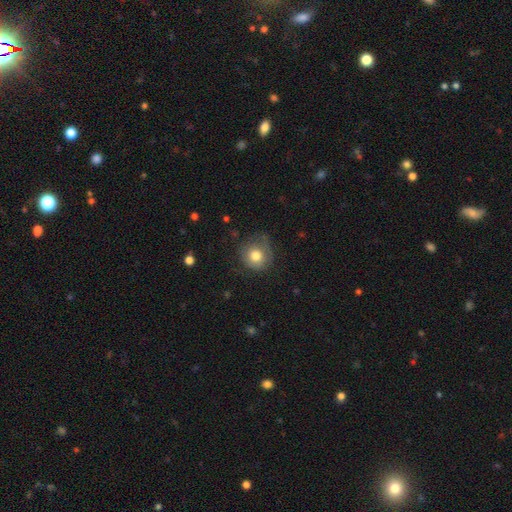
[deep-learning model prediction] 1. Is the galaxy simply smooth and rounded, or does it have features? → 76% smooth, 15% featured or disk, 9% star or artifact.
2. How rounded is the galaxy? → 89% round, 10% in between, 1% cigar-shaped.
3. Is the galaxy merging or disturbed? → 63% none, 24% minor disturbance, 11% major disturbance, 2% merger.